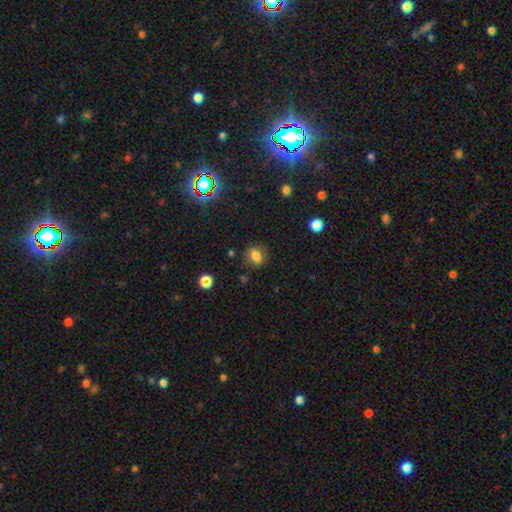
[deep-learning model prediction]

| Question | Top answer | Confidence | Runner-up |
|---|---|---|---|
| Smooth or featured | smooth | 76% | star or artifact (12%) |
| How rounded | in between | 53% | round (45%) |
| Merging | none | 78% | minor disturbance (15%) |